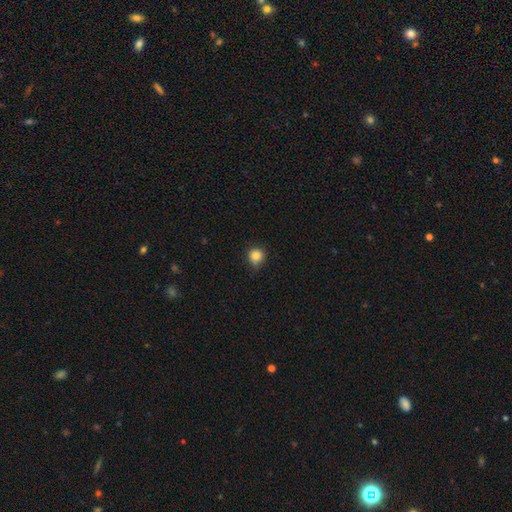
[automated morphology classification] Q: Smooth or featured?
A: smooth (83%); runner-up: star or artifact (11%)
Q: How rounded?
A: round (90%); runner-up: in between (9%)
Q: Merging?
A: none (71%); runner-up: minor disturbance (23%)